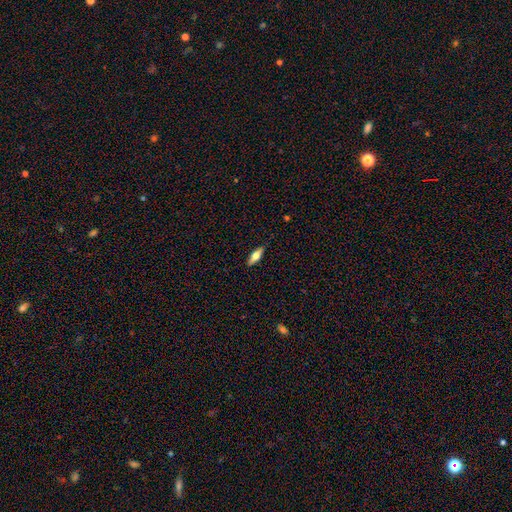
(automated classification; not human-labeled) Smooth or featured? smooth (51%)
How rounded? in between (54%)
Merging? none (88%)